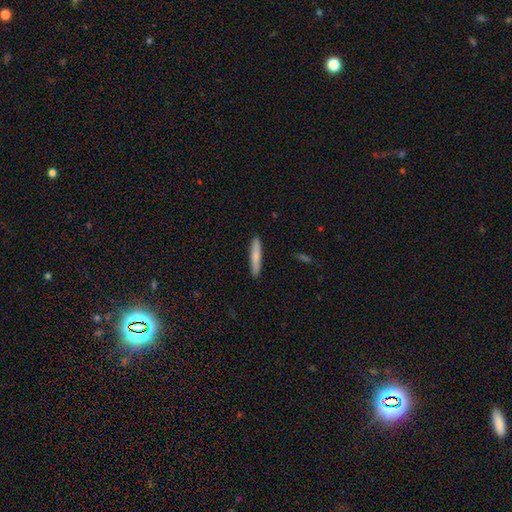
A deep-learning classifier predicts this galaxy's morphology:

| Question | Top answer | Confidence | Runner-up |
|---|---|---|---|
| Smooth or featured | smooth | 77% | featured or disk (17%) |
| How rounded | cigar-shaped | 92% | in between (6%) |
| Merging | none | 91% | minor disturbance (6%) |